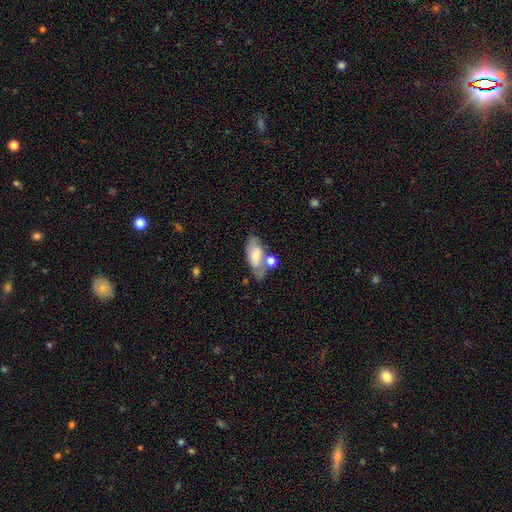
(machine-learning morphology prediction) Smooth or featured: smooth — 59% (featured or disk — 34%)
How rounded: in between — 86% (cigar-shaped — 10%)
Merging: none — 44% (merger — 25%)